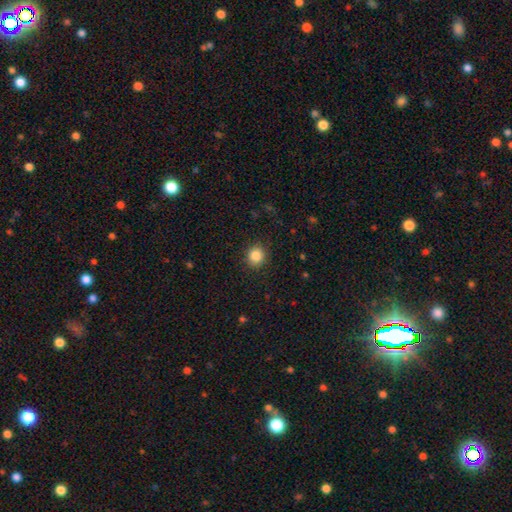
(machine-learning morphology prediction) This appears to be a smooth galaxy with no disk features (85%) that is round (86%). Merging: none (90%).